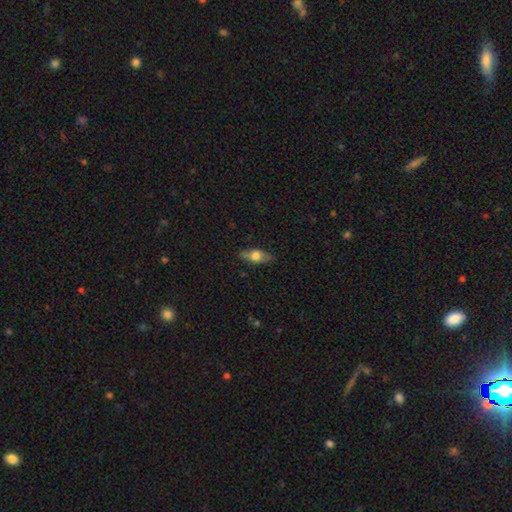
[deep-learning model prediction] Morphology: type=smooth (58%); roundness=in between (72%); merging=none (82%).